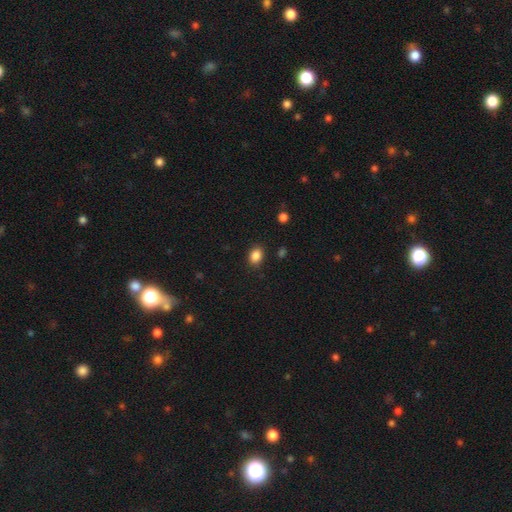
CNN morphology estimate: A smooth galaxy with no disk features (87%) that is in between round and cigar-shaped (65%).

Vote fractions:
- Smooth or featured? smooth: 87% / star or artifact: 10% / featured or disk: 4%
- How rounded? in between: 65% / round: 34% / cigar-shaped: 1%
- Merging? none: 87% / minor disturbance: 9% / major disturbance: 3% / merger: 2%